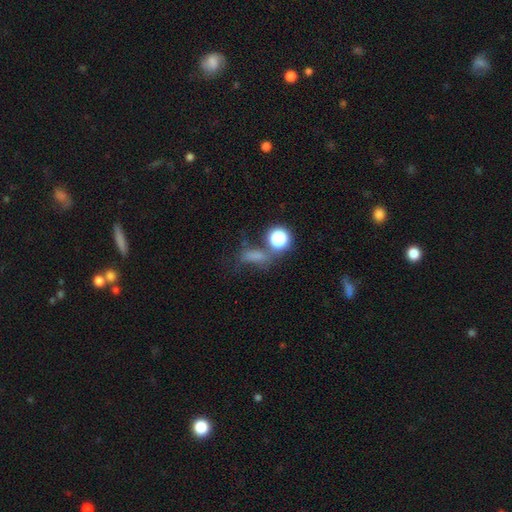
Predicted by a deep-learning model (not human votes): smooth 52%, star or artifact 31%, featured or disk 17%. Down the decision tree: how rounded — in between (48%); merging — none (46%).